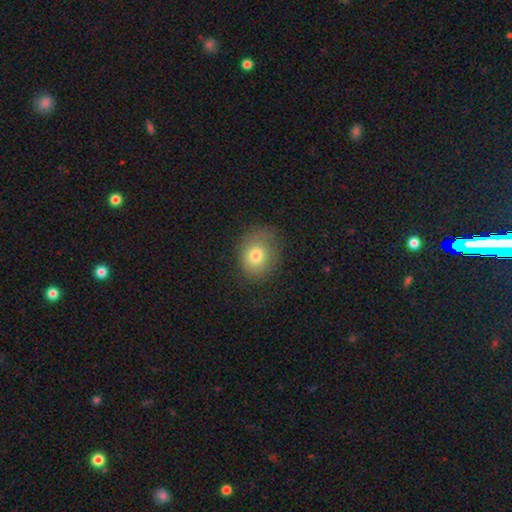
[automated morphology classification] Smooth or featured: smooth — 77% (featured or disk — 13%)
How rounded: round — 58% (in between — 41%)
Merging: none — 71% (minor disturbance — 20%)